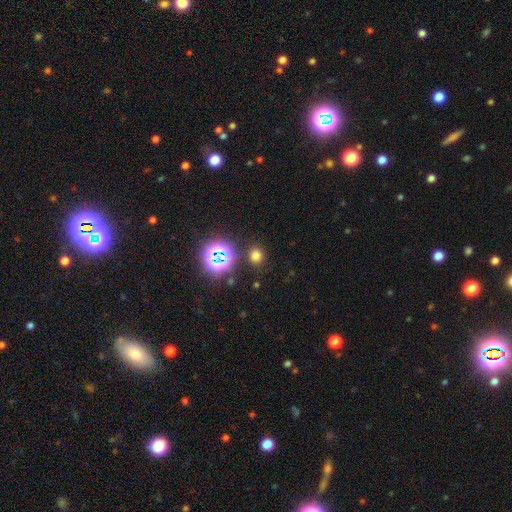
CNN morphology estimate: Smooth or featured: smooth — 67% (star or artifact — 27%)
How rounded: round — 73% (in between — 26%)
Merging: none — 86% (minor disturbance — 7%)